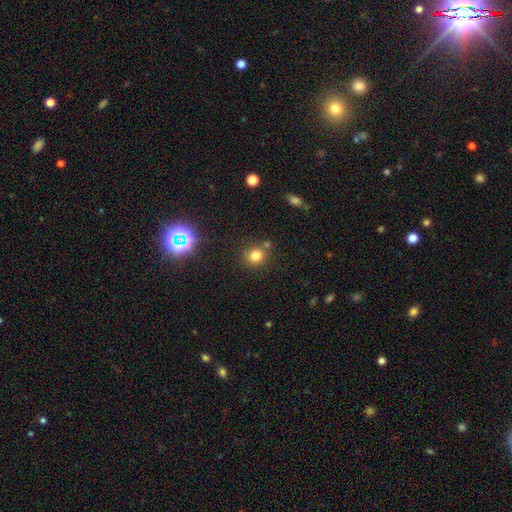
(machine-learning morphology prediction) Smooth or featured? Predicted: smooth (p=0.76). How rounded? Predicted: round (p=0.84). Merging? Predicted: none (p=0.75).